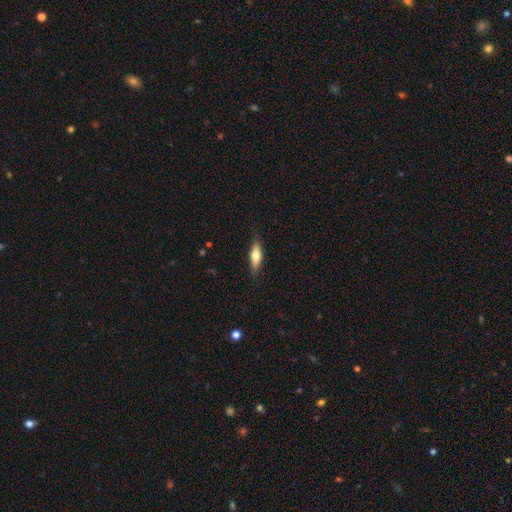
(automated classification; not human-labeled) Smooth or featured? smooth (61%)
How rounded? in between (54%)
Merging? none (85%)